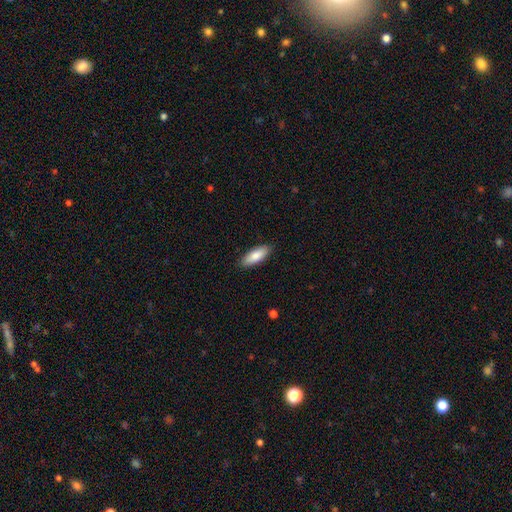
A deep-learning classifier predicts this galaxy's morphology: Overall: smooth (84%). How rounded: in between (70%). Merging: none (89%).